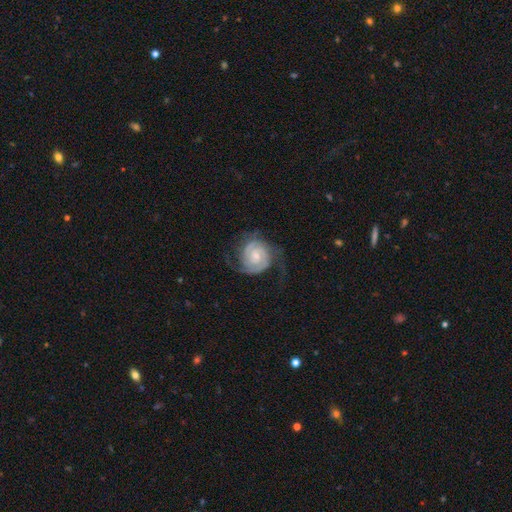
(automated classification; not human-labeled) Smooth or featured?
  - featured or disk: 88% *
  - smooth: 7%
  - star or artifact: 5%
Edge-on disk?
  - no: 98% *
  - yes: 2%
Bar?
  - no: 64% *
  - weak: 31%
  - strong: 6%
Spiral arms?
  - yes: 98% *
  - no: 2%
Spiral winding?
  - tight: 65% *
  - medium: 28%
  - loose: 8%
Spiral arm count?
  - 2: 65% *
  - 3: 13%
  - can't tell: 11%
  - 4: 4%
  - 1: 4%
  - more than 4: 3%
Bulge size?
  - small: 56% *
  - moderate: 37%
  - none: 4%
  - large: 2%
  - dominant: 1%
Merging?
  - none: 65% *
  - minor disturbance: 18%
  - major disturbance: 15%
  - merger: 1%